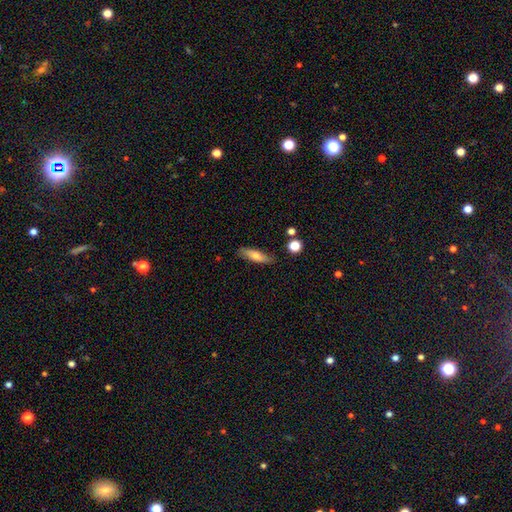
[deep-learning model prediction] Smooth or featured? smooth (64%)
How rounded? cigar-shaped (63%)
Merging? none (78%)